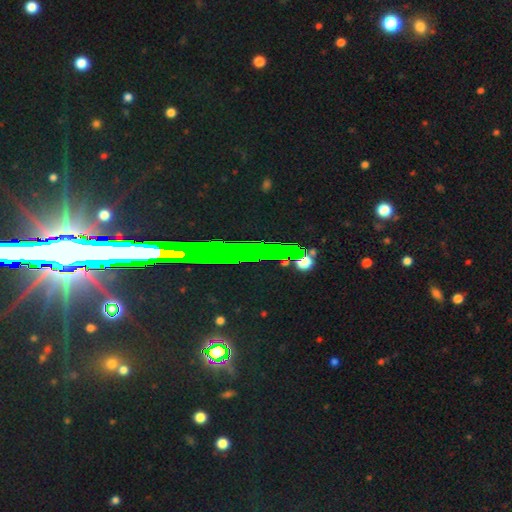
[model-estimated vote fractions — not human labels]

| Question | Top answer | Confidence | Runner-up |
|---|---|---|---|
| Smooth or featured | star or artifact | 69% | featured or disk (20%) |